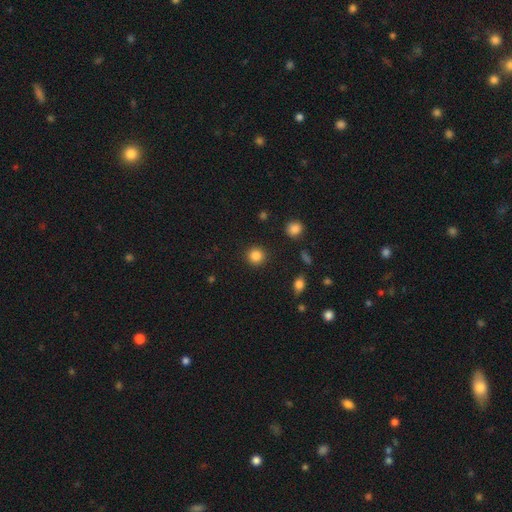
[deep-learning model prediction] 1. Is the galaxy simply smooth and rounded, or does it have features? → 86% smooth, 11% star or artifact, 4% featured or disk.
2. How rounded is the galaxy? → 94% round, 5% in between, 1% cigar-shaped.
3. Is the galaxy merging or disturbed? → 91% none, 5% minor disturbance, 2% major disturbance, 1% merger.